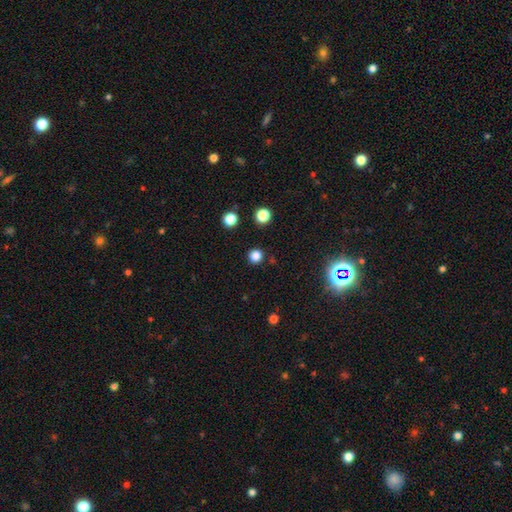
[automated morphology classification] This appears to be a smooth galaxy with no disk features (82%) that is round (94%). Merging: none (90%).